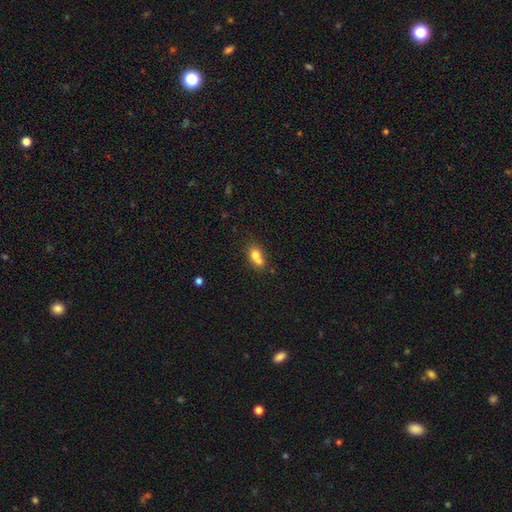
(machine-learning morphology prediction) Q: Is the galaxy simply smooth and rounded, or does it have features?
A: smooth — 70%.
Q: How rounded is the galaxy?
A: in between — 57%.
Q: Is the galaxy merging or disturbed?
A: merger — 54%.